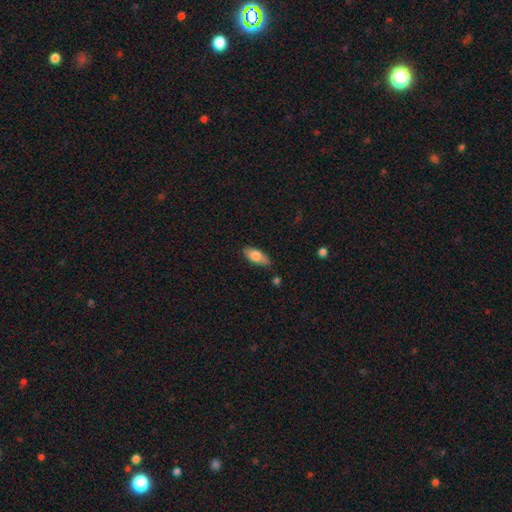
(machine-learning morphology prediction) A smooth galaxy with no disk features (74%) that is in between round and cigar-shaped (82%).

Vote fractions:
- Smooth or featured? smooth: 74% / featured or disk: 19% / star or artifact: 7%
- How rounded? in between: 82% / cigar-shaped: 15% / round: 3%
- Merging? none: 78% / minor disturbance: 17% / major disturbance: 3% / merger: 3%